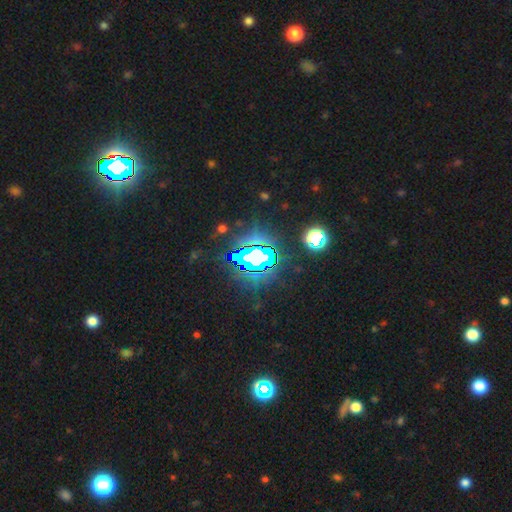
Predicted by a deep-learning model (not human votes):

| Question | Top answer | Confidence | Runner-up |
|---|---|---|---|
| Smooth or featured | star or artifact | 74% | featured or disk (13%) |